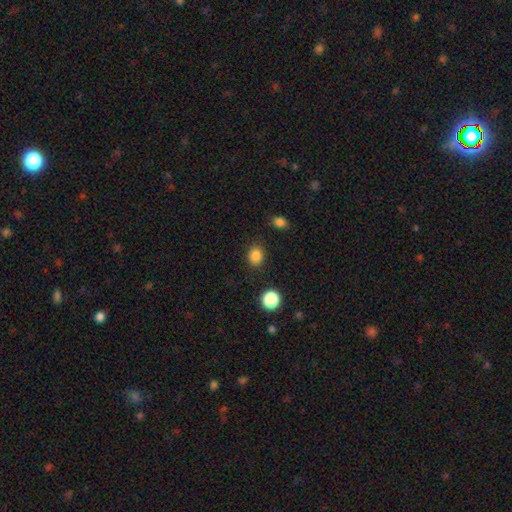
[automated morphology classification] smooth-or-featured: smooth: 84% | star or artifact: 12% | featured or disk: 4%
  how-rounded: round: 69% | in between: 30% | cigar-shaped: 1%
  merging: none: 87% | minor disturbance: 8% | major disturbance: 3% | merger: 2%